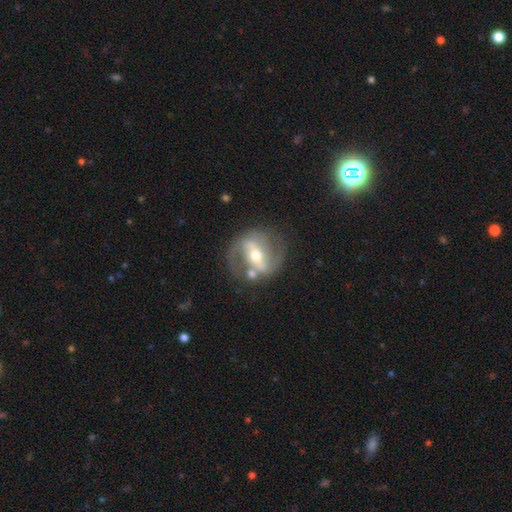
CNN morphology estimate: The model was most divided on "spiral winding": medium: 50%, loose: 27%, tight: 23%. More confident: edge-on disk — no (95%); spiral arm count — 2 (87%); spiral arms — yes (87%); smooth or featured — featured or disk (85%); merging — none (70%); bulge size — moderate (69%); bar — strong (61%).